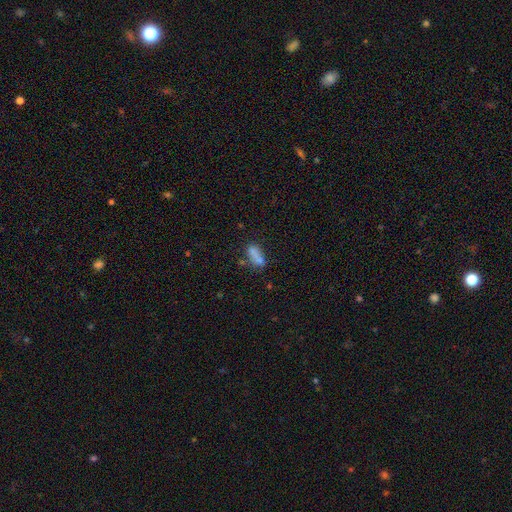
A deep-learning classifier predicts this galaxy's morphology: smooth 74%, featured or disk 15%, star or artifact 11%. Down the decision tree: how rounded — in between (76%); merging — none (43%).